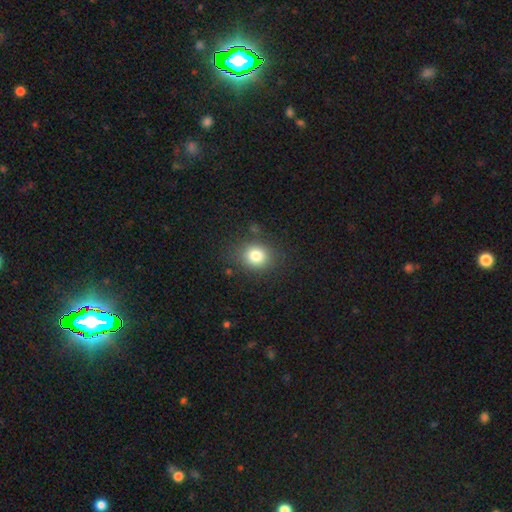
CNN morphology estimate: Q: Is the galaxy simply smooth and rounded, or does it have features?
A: smooth — 81%.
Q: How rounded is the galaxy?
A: round — 74%.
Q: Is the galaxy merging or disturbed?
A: none — 83%.